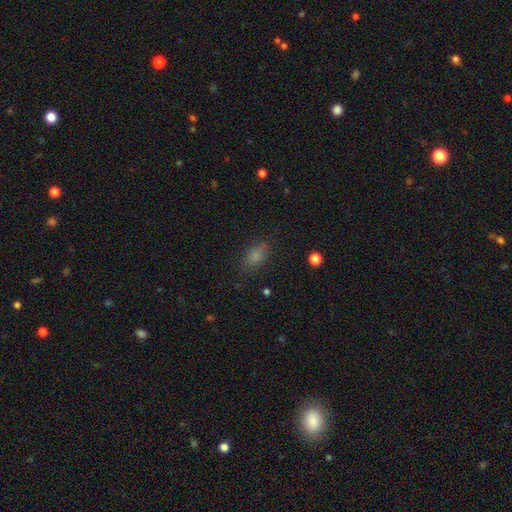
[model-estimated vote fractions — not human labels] The model was most divided on "merging": none: 78%, minor disturbance: 15%, major disturbance: 5%, merger: 2%. More confident: how rounded — in between (84%); smooth or featured — smooth (80%).